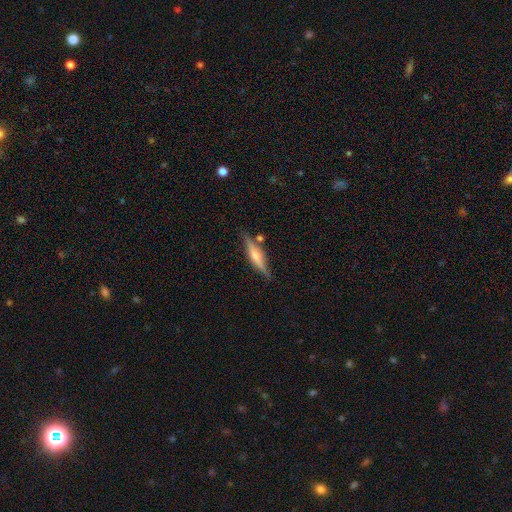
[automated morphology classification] A featured or disk galaxy (60%) viewed edge-on (95%) with a rounded central bulge (69%).

Vote fractions:
- Smooth or featured? featured or disk: 60% / smooth: 34% / star or artifact: 7%
- Edge-on disk? yes: 95% / no: 5%
- Edge-on bulge? rounded: 69% / boxy: 20% / none: 11%
- Merging? none: 78% / minor disturbance: 13% / merger: 6% / major disturbance: 3%